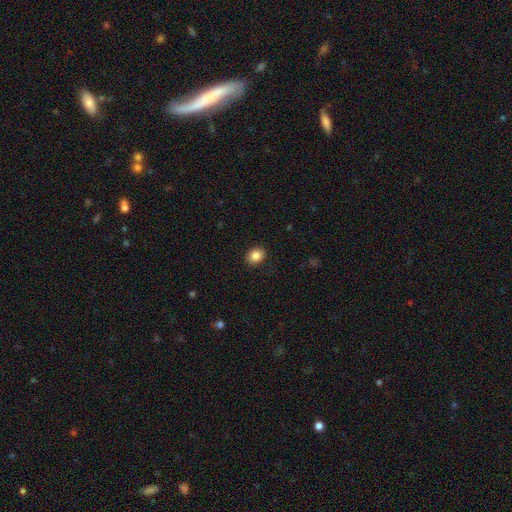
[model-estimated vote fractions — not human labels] Smooth or featured? Predicted: smooth (p=0.85). How rounded? Predicted: round (p=0.55). Merging? Predicted: none (p=0.90).